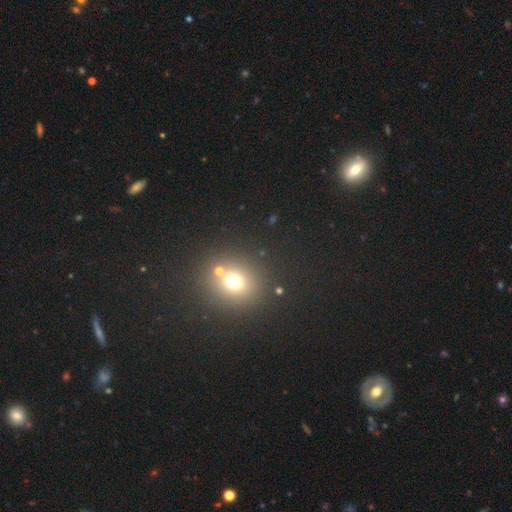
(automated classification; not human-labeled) Smooth or featured: smooth — 47% (star or artifact — 43%)
Merging: none — 77% (merger — 10%)